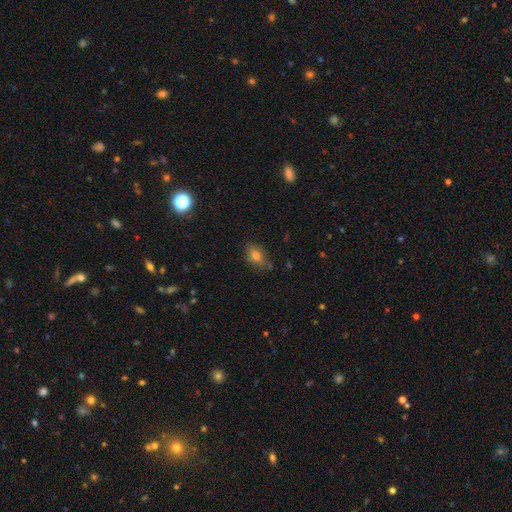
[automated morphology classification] Overall: smooth (69%). How rounded: in between (75%). Merging: none (71%).